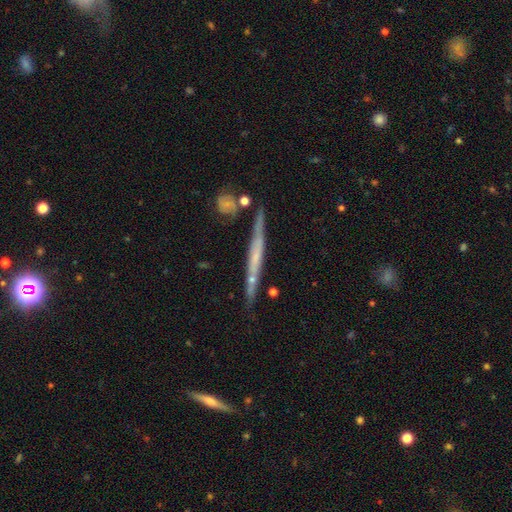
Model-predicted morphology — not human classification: featured or disk 63%, smooth 29%, star or artifact 7%. Down the decision tree: edge-on disk — yes (91%); edge-on bulge — none (71%); merging — none (73%).